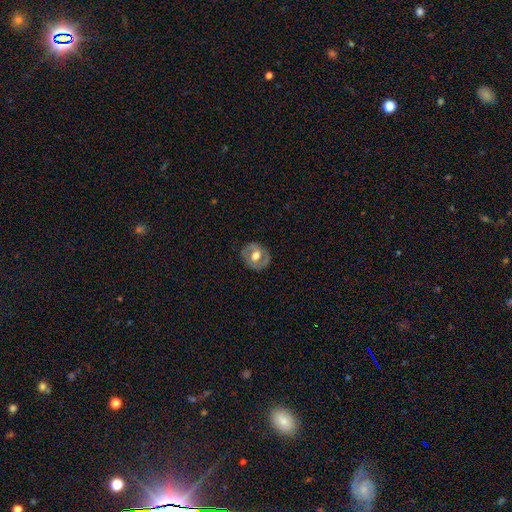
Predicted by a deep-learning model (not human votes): Smooth or featured?
  - featured or disk: 54% *
  - smooth: 40%
  - star or artifact: 6%
Edge-on disk?
  - no: 94% *
  - yes: 6%
Bar?
  - no: 63% *
  - weak: 28%
  - strong: 10%
Spiral arms?
  - no: 72% *
  - yes: 28%
Bulge size?
  - moderate: 61% *
  - large: 32%
  - small: 4%
  - dominant: 2%
  - none: 1%
Merging?
  - none: 81% *
  - minor disturbance: 13%
  - major disturbance: 4%
  - merger: 1%